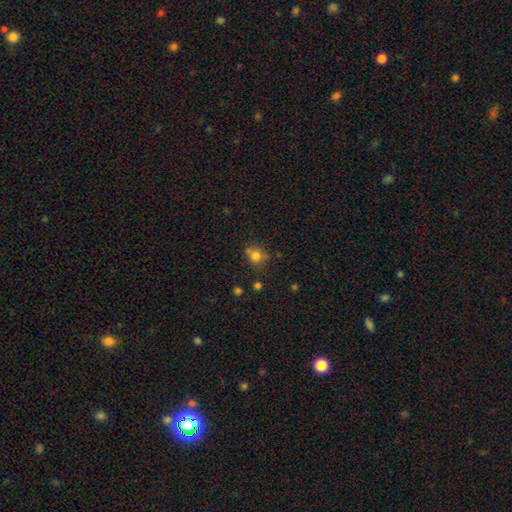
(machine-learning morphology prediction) A smooth galaxy with no disk features (77%) that is round (78%).

Vote fractions:
- Smooth or featured? smooth: 77% / star or artifact: 14% / featured or disk: 9%
- How rounded? round: 78% / in between: 21% / cigar-shaped: 1%
- Merging? none: 63% / merger: 16% / minor disturbance: 16% / major disturbance: 5%